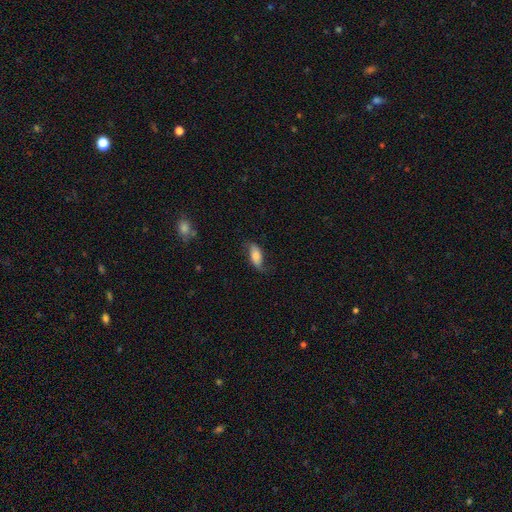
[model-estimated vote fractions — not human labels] Smooth or featured: smooth — 63% (featured or disk — 30%)
How rounded: in between — 85% (cigar-shaped — 12%)
Merging: none — 63% (minor disturbance — 25%)